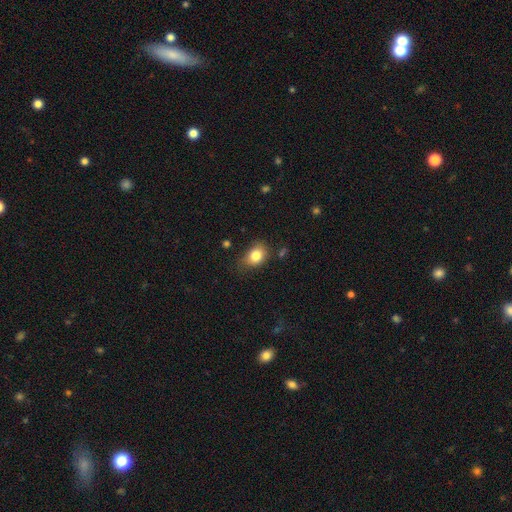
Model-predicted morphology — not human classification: Smooth or featured? Predicted: smooth (p=0.82). How rounded? Predicted: in between (p=0.68). Merging? Predicted: none (p=0.66).